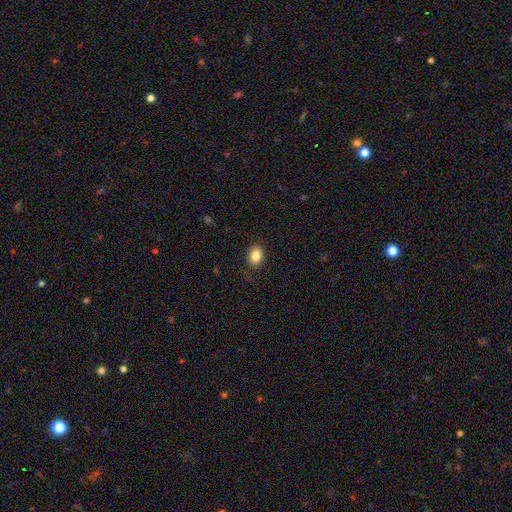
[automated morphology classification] Smooth or featured: smooth — 84% (star or artifact — 9%)
How rounded: in between — 63% (round — 36%)
Merging: none — 86% (minor disturbance — 10%)